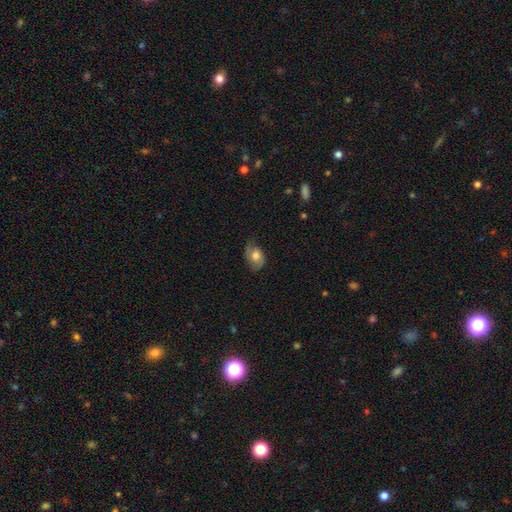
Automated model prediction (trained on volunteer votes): Morphology: type=smooth (61%); roundness=in between (75%); merging=none (62%).